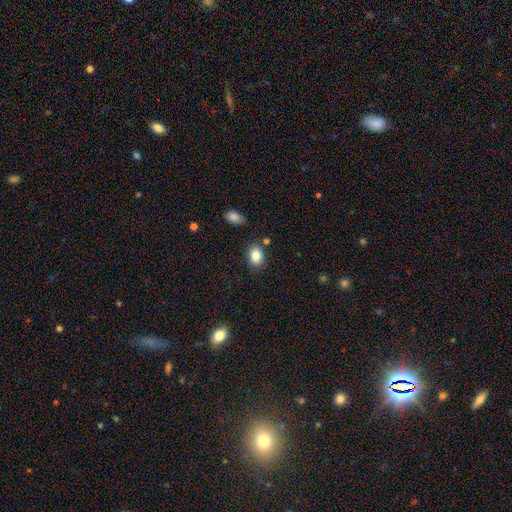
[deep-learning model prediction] A smooth galaxy with no disk features (85%) that is in between round and cigar-shaped (72%).

Vote fractions:
- Smooth or featured? smooth: 85% / star or artifact: 9% / featured or disk: 6%
- How rounded? in between: 72% / round: 27% / cigar-shaped: 1%
- Merging? none: 80% / minor disturbance: 11% / merger: 5% / major disturbance: 3%